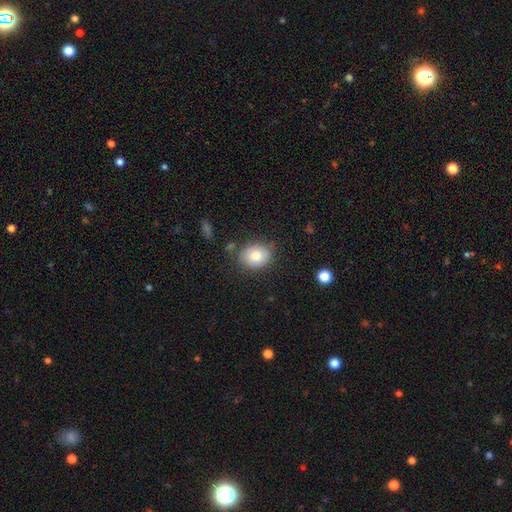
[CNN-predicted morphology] A smooth galaxy with no disk features (77%) that is round (53%). Merging: none (77%).